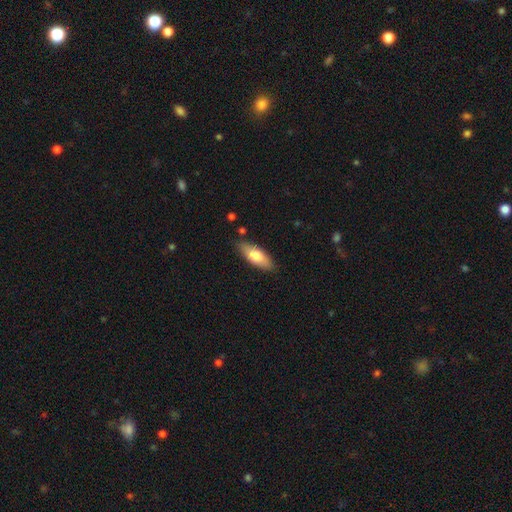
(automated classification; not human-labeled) This is likely a smooth galaxy (72%). How rounded: likely in between (72%). Merging: clearly none (83%).